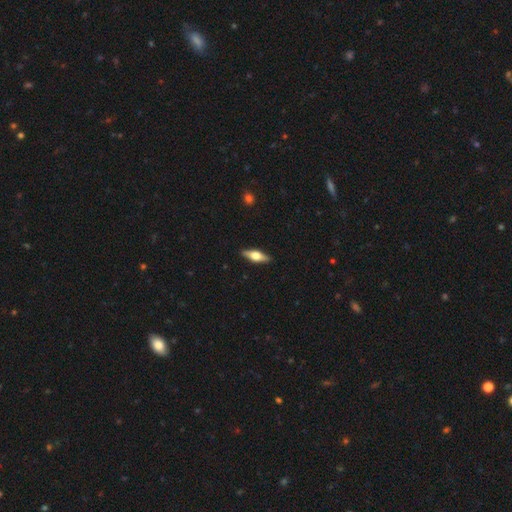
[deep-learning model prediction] Smooth or featured?
  - featured or disk: 56% *
  - smooth: 38%
  - star or artifact: 6%
Edge-on disk?
  - yes: 94% *
  - no: 6%
Edge-on bulge?
  - rounded: 93% *
  - boxy: 6%
  - none: 2%
Merging?
  - none: 90% *
  - minor disturbance: 8%
  - major disturbance: 2%
  - merger: 1%